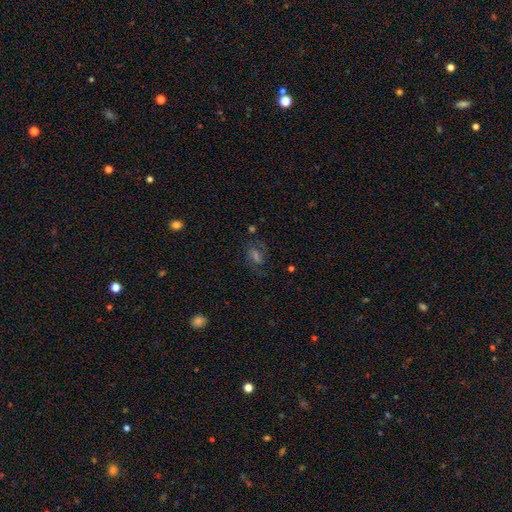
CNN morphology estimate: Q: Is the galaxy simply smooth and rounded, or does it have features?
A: featured or disk — 52%.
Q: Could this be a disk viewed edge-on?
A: no — 96%.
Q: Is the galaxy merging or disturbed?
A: none — 74%.